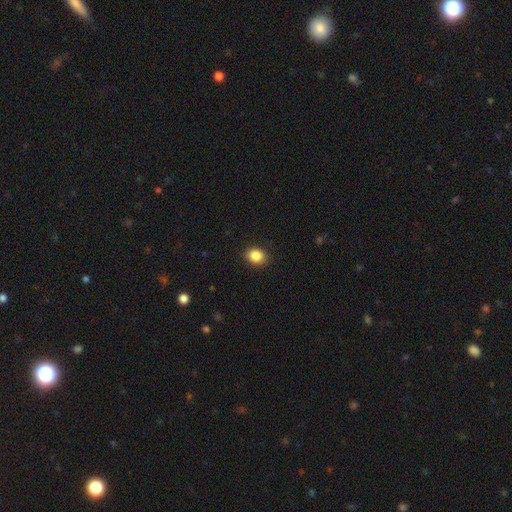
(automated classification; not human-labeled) Smooth or featured: smooth — 87% (star or artifact — 9%)
How rounded: round — 50% (in between — 49%)
Merging: none — 89% (minor disturbance — 8%)